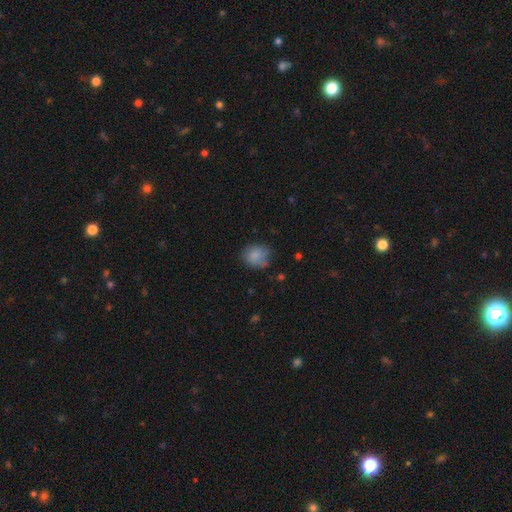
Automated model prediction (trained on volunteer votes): Smooth or featured? Predicted: smooth (p=0.79). How rounded? Predicted: round (p=0.65). Merging? Predicted: none (p=0.63).